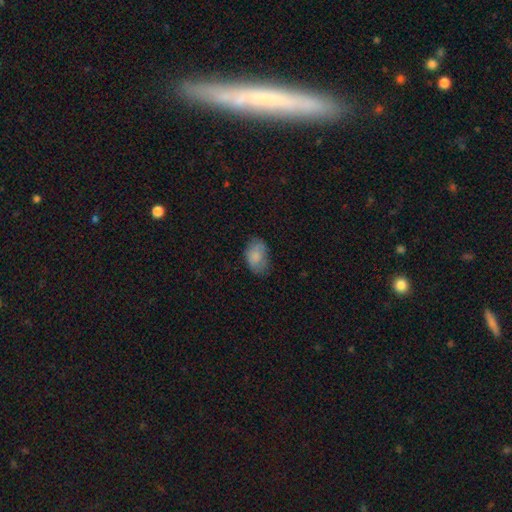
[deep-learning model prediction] Smooth or featured: smooth — 80% (featured or disk — 12%)
How rounded: in between — 88% (round — 10%)
Merging: none — 67% (minor disturbance — 25%)